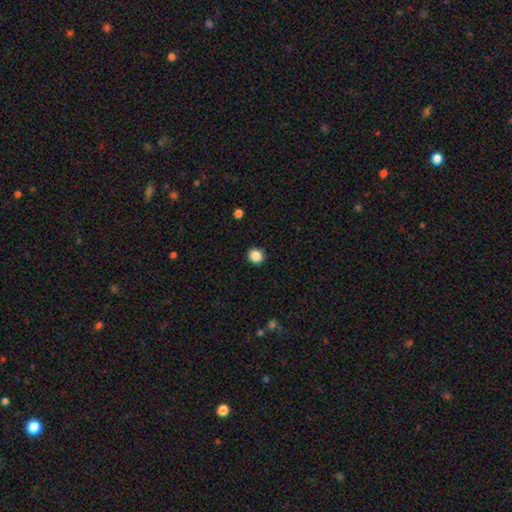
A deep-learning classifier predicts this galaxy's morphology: smooth 87%, star or artifact 10%, featured or disk 3%. Down the decision tree: how rounded — round (81%); merging — none (90%).